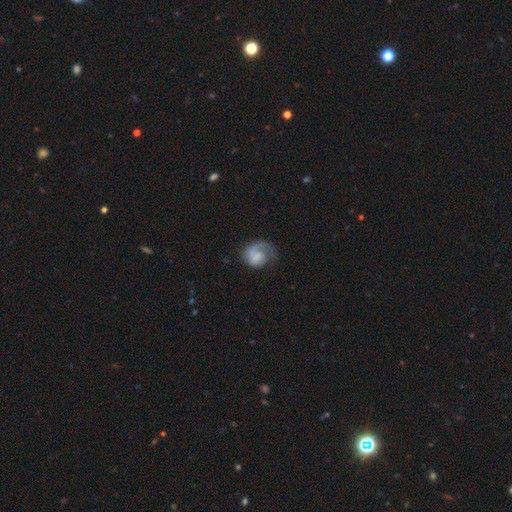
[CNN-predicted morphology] Smooth or featured? Predicted: featured or disk (p=0.57). Edge-on disk? Predicted: no (p=0.98). Bar? Predicted: no (p=0.69). Spiral arms? Predicted: yes (p=0.88). Bulge size? Predicted: none (p=0.48). Merging? Predicted: none (p=0.45).